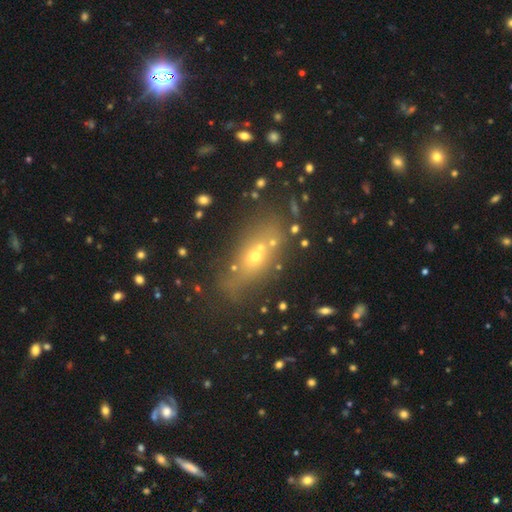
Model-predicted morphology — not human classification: Smooth or featured: smooth — 49% (featured or disk — 26%)
Merging: none — 68% (minor disturbance — 14%)